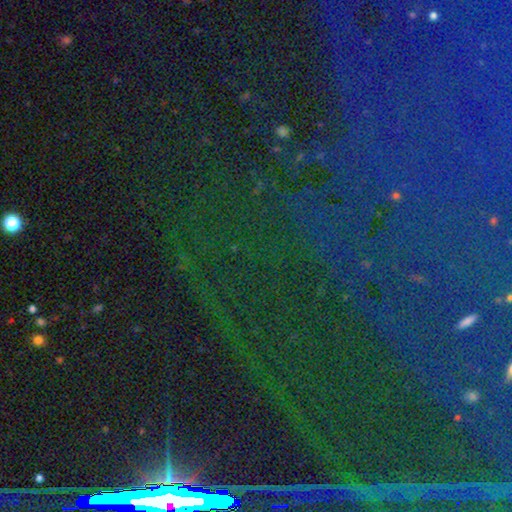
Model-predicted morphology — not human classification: This appears to be a star or artifact, not a galaxy (84%).